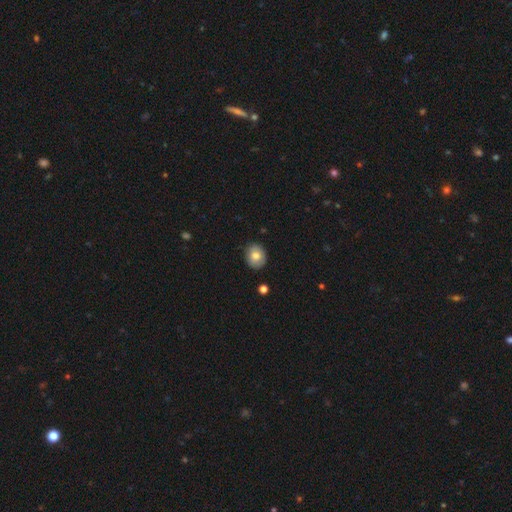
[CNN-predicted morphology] smooth 78%, featured or disk 14%, star or artifact 8%. Down the decision tree: how rounded — round (64%); merging — none (86%).